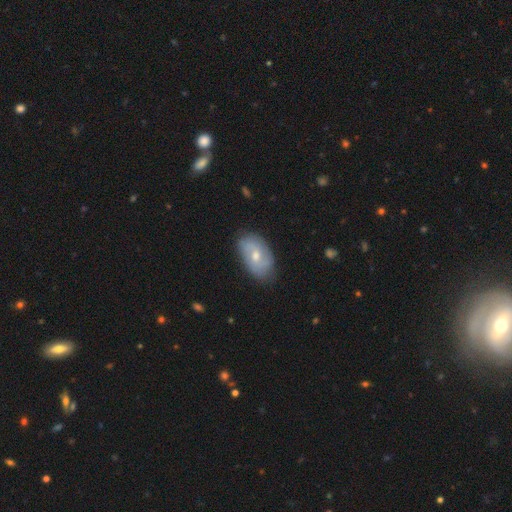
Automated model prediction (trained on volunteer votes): This appears to be a featured or disk galaxy (51%). Merging: none (77%).